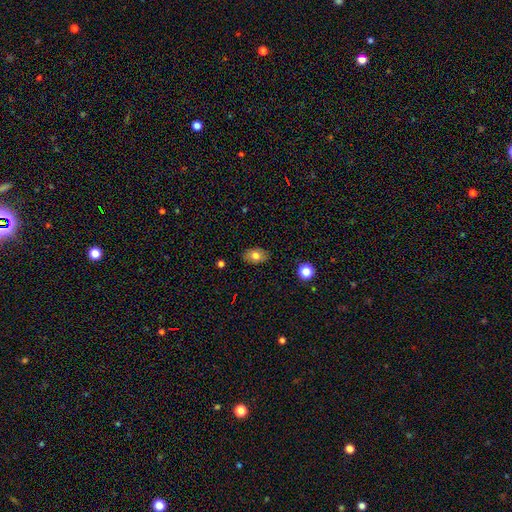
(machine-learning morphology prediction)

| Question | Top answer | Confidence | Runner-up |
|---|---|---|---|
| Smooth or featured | smooth | 77% | featured or disk (13%) |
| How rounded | in between | 84% | round (15%) |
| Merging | none | 86% | minor disturbance (10%) |